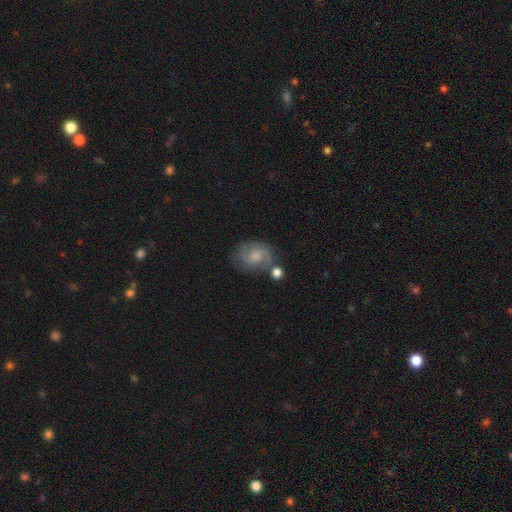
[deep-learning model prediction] The model was most divided on "bulge size": moderate: 43%, small: 32%, none: 14%, large: 9%, dominant: 2%. Remaining: edge-on disk — no (97%); spiral arms — yes (89%); spiral arm count — 2 (71%); smooth or featured — featured or disk (63%); bar — no (63%); merging — none (60%); spiral winding — medium (48%).